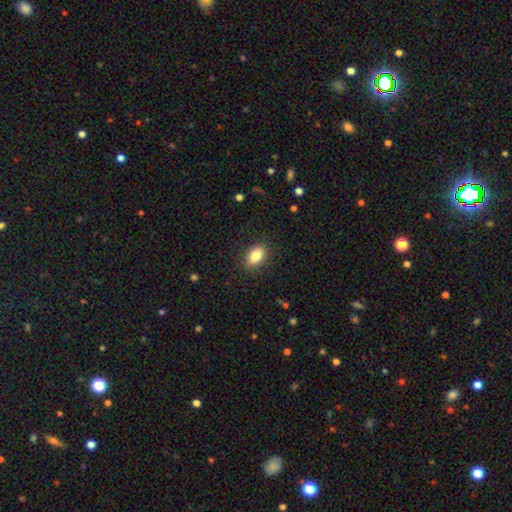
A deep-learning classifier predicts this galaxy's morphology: Overall: smooth (84%). How rounded: in between (87%). Merging: none (87%).